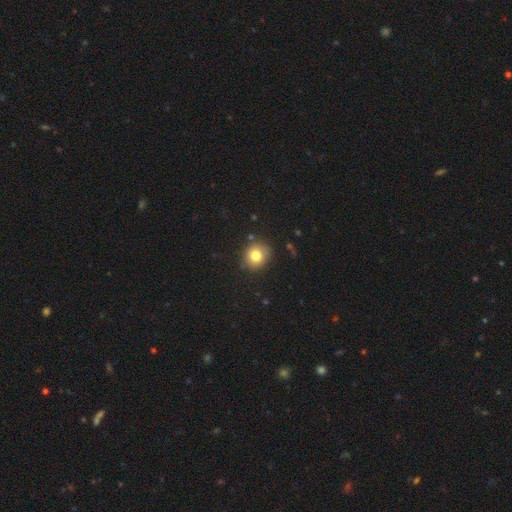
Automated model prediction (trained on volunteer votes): This is likely a smooth galaxy (79%). How rounded: clearly round (84%). Merging: clearly none (84%).